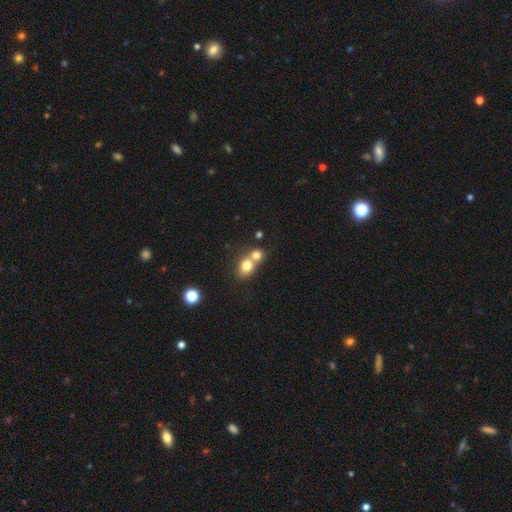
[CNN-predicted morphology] Smooth or featured? Predicted: smooth (p=0.69). How rounded? Predicted: round (p=0.65). Merging? Predicted: merger (p=0.50).